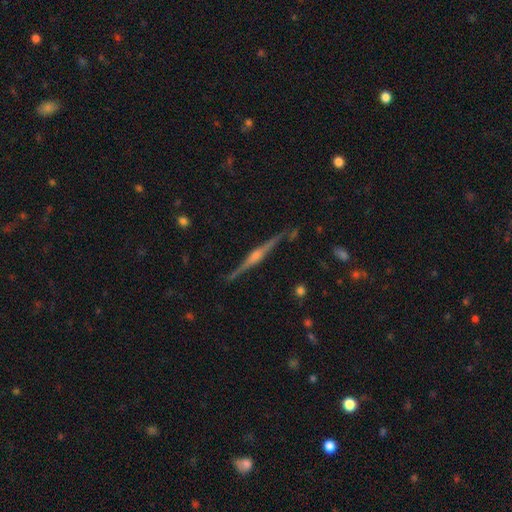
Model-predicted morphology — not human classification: type=featured or disk (85%); edge-on=yes (98%); edge-on bulge=rounded (82%); merging=none (88%).